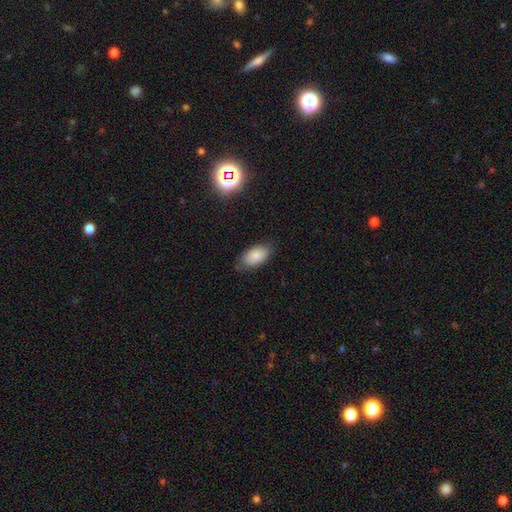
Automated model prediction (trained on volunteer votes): Morphology: type=smooth (82%); roundness=in between (93%); merging=none (76%).